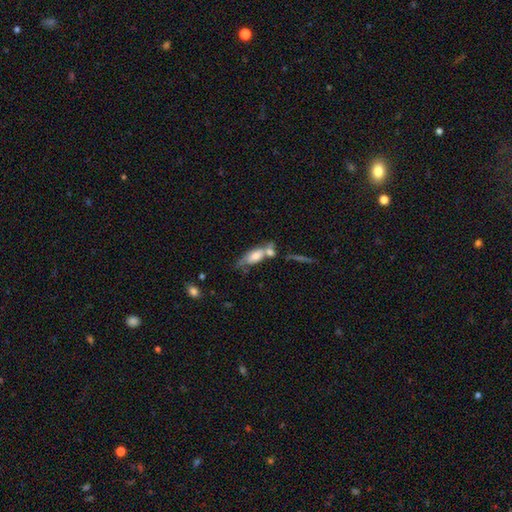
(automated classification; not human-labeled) Overall: smooth (60%; featured or disk 32%). How rounded: in between (70%). Merging: merger (43%; none 30%).